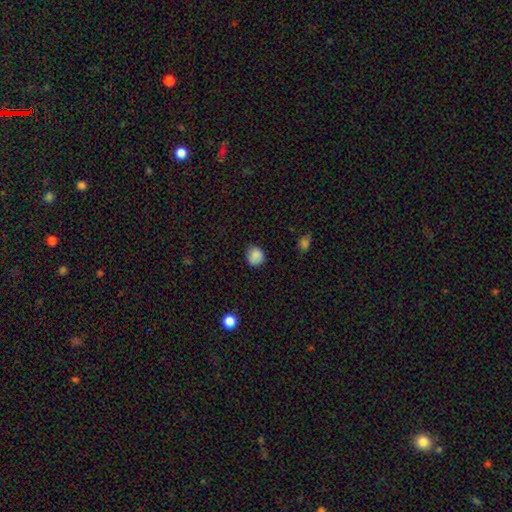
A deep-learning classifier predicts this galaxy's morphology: This is clearly a smooth galaxy (85%). How rounded: likely round (79%). Merging: likely none (75%).